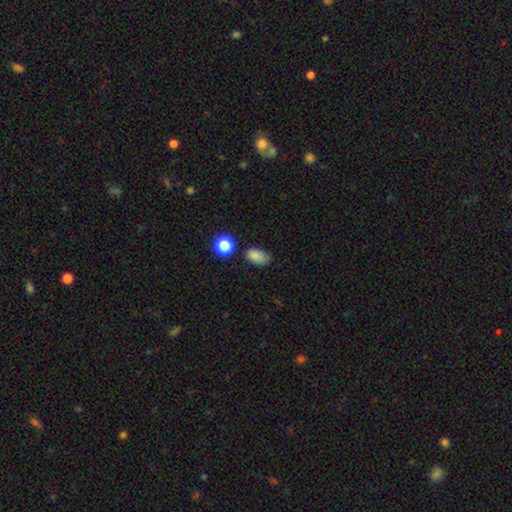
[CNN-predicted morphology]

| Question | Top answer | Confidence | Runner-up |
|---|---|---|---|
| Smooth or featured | smooth | 82% | star or artifact (12%) |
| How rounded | in between | 85% | round (13%) |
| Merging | none | 63% | minor disturbance (27%) |